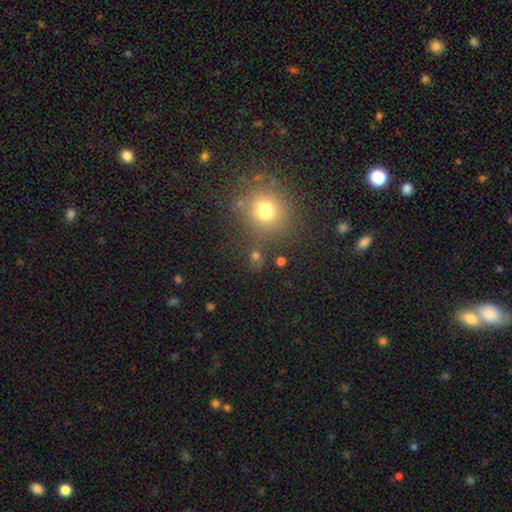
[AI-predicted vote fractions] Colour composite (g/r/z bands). It shows a smooth galaxy with no disk features (67%) that is round (84%). Merging: none (78%).